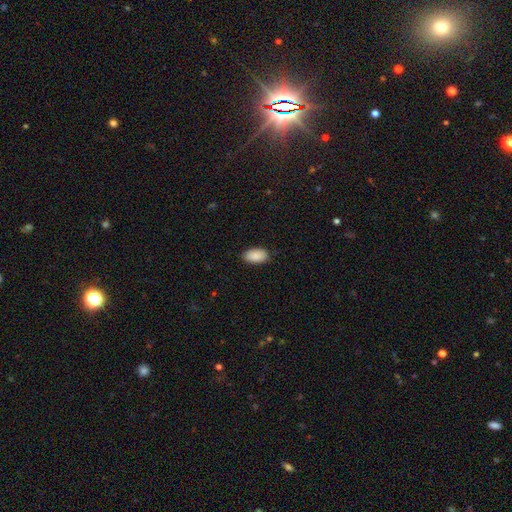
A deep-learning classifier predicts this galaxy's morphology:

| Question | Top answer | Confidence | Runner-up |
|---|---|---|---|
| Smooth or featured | smooth | 90% | star or artifact (6%) |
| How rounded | in between | 95% | round (3%) |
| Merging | none | 89% | minor disturbance (9%) |